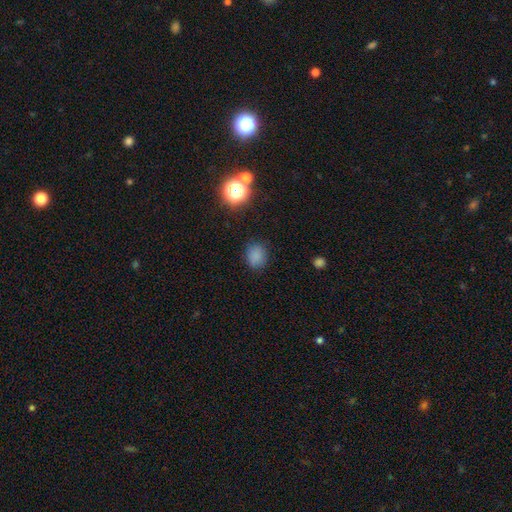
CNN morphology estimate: A smooth galaxy with no disk features (79%) that is round (60%).

Vote fractions:
- Smooth or featured? smooth: 79% / star or artifact: 16% / featured or disk: 5%
- How rounded? round: 60% / in between: 39% / cigar-shaped: 1%
- Merging? none: 82% / minor disturbance: 12% / major disturbance: 4% / merger: 2%